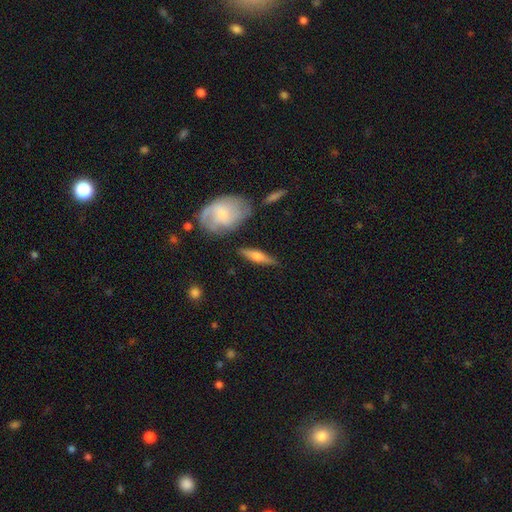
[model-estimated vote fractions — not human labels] Smooth or featured: featured or disk — 52% (smooth — 42%)
Edge-on disk: yes — 89% (no — 11%)
Merging: none — 81% (minor disturbance — 12%)